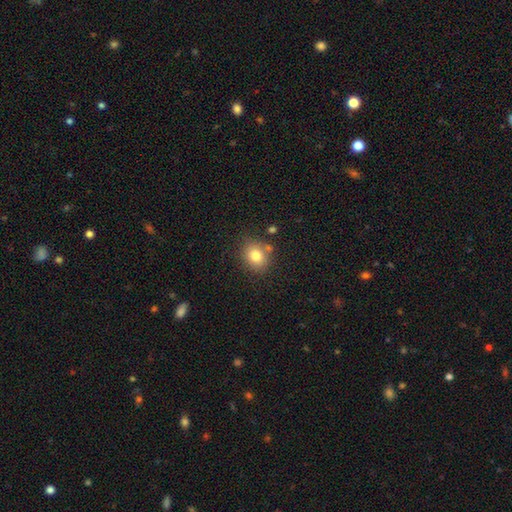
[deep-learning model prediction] Smooth or featured? smooth (80%)
How rounded? round (65%)
Merging? none (76%)